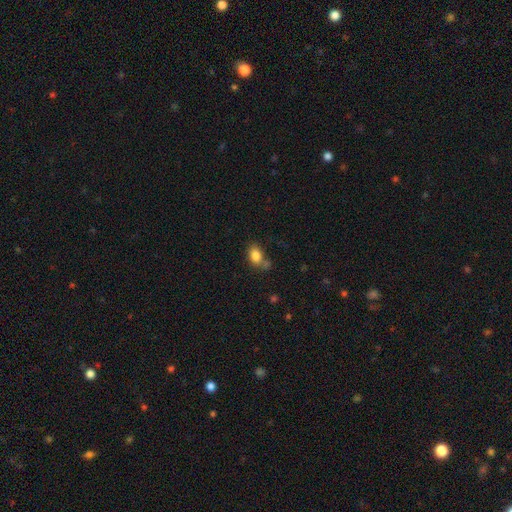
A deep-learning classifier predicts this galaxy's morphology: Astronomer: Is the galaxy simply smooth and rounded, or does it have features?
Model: smooth — 83%.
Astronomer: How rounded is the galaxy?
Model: in between — 77%.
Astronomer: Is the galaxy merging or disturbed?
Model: none — 56%.